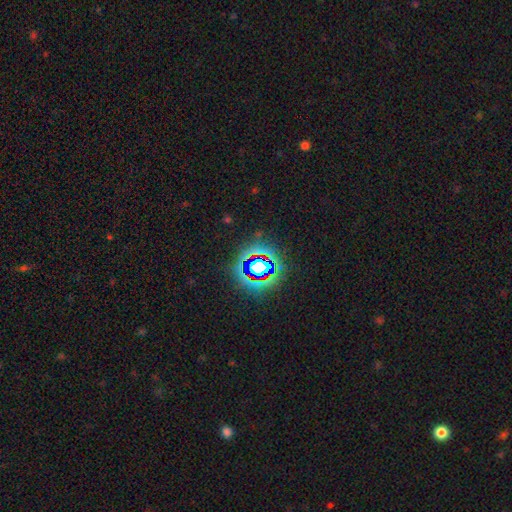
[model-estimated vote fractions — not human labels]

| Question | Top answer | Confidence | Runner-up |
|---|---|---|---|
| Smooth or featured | star or artifact | 79% | smooth (13%) |